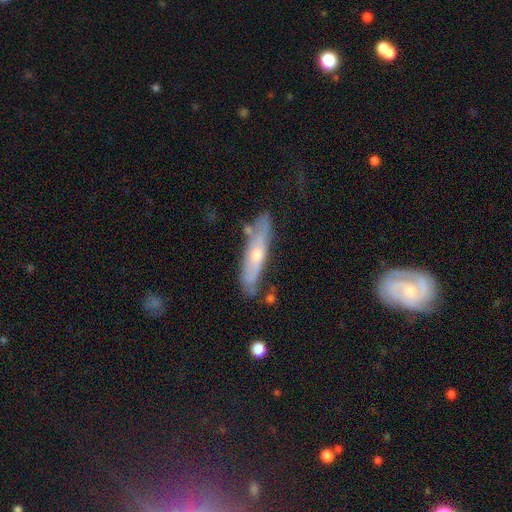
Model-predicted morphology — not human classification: featured or disk 59%, smooth 34%, star or artifact 7%. Down the decision tree: edge-on disk — yes (64%); merging — none (70%).